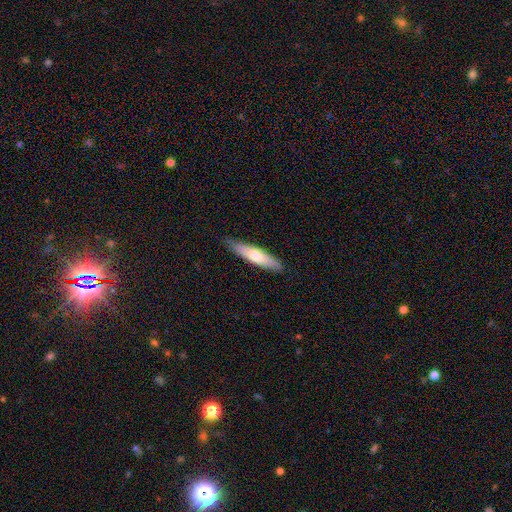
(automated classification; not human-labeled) Smooth or featured?
  - smooth: 62% *
  - featured or disk: 32%
  - star or artifact: 5%
How rounded?
  - cigar-shaped: 76% *
  - in between: 22%
  - round: 1%
Merging?
  - none: 86% *
  - minor disturbance: 11%
  - major disturbance: 2%
  - merger: 1%